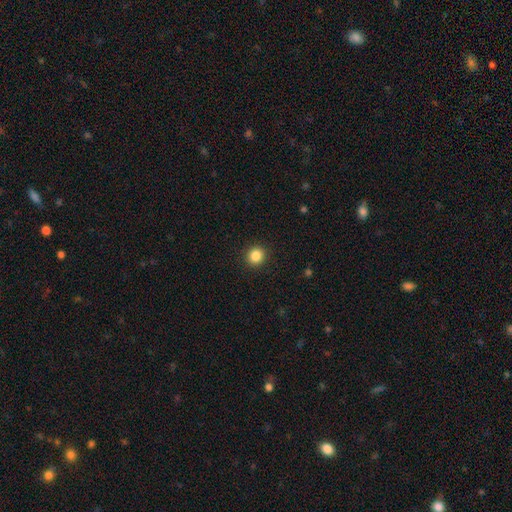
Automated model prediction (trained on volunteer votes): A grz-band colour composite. It shows a smooth galaxy with no disk features (86%) that is round (89%). Merging: none (92%).